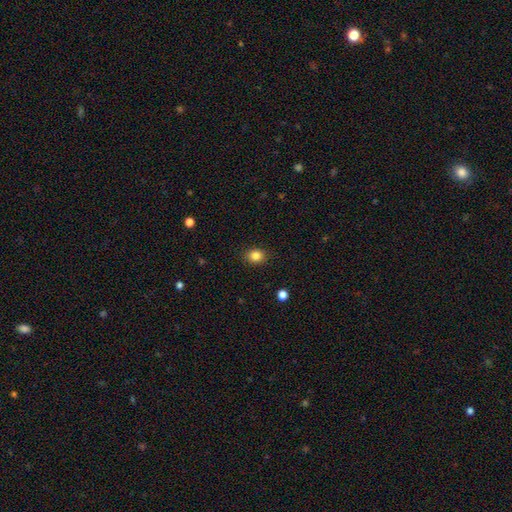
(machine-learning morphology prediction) This is clearly a smooth galaxy (84%). How rounded: possibly round (55%). Merging: clearly none (88%).